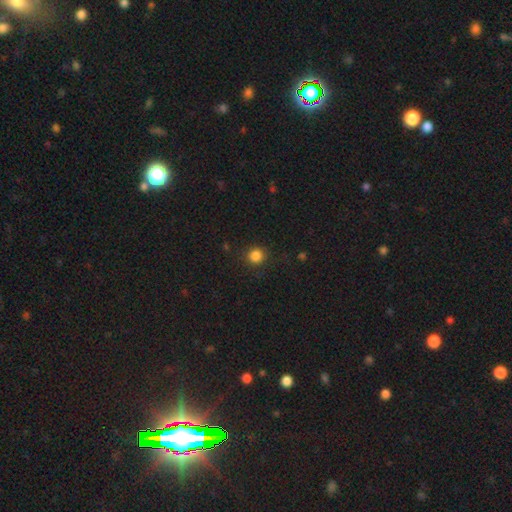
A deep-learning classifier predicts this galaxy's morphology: Smooth or featured? smooth (84%)
How rounded? round (91%)
Merging? none (87%)